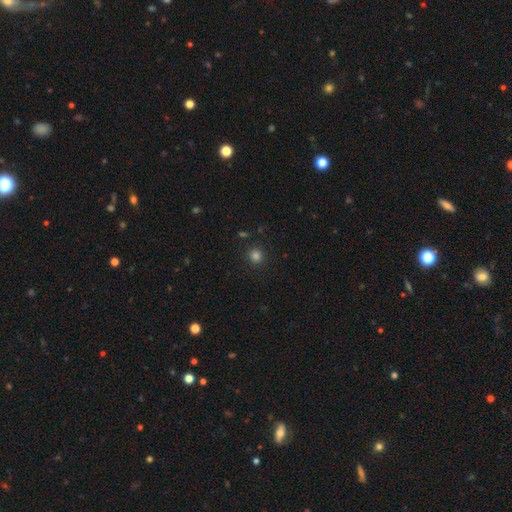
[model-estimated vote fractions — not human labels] A smooth galaxy with no disk features (81%) that is round (90%). Merging: none (89%).